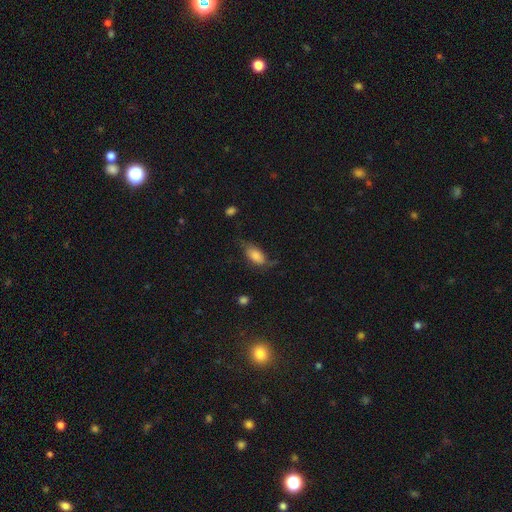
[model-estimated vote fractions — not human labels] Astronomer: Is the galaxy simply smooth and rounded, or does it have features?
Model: smooth — 77%.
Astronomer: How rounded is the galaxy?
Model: in between — 87%.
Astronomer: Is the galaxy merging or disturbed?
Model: none — 53% (runner-up: minor disturbance, 32%).